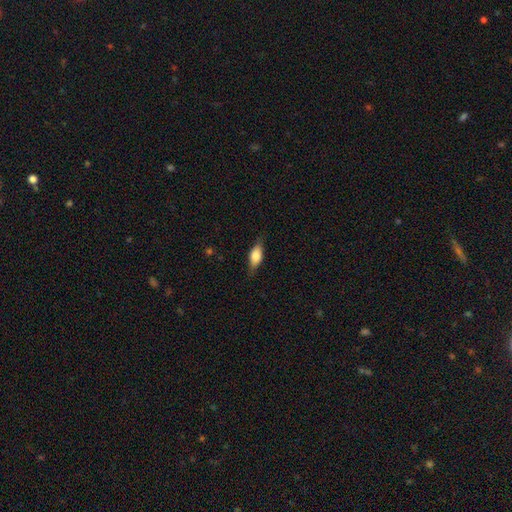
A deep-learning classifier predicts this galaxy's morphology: Smooth or featured? smooth (63%)
How rounded? in between (76%)
Merging? none (79%)